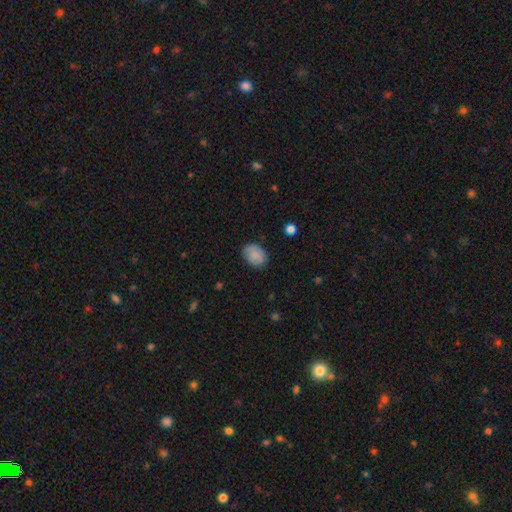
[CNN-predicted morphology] Overall: smooth (83%). How rounded: in between (72%). Merging: none (78%).